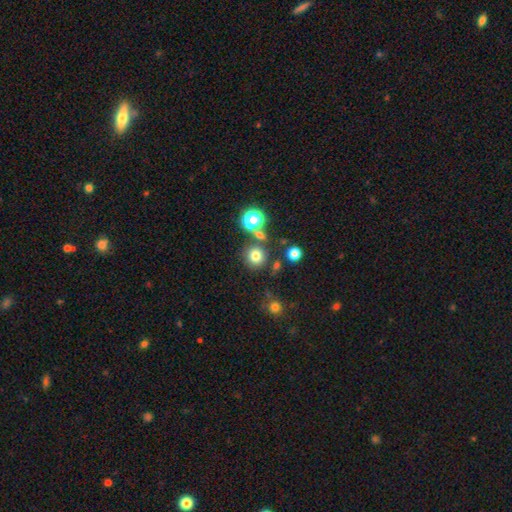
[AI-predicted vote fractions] Q: Smooth or featured?
A: smooth (76%); runner-up: star or artifact (17%)
Q: How rounded?
A: round (92%); runner-up: in between (7%)
Q: Merging?
A: none (77%); runner-up: merger (11%)